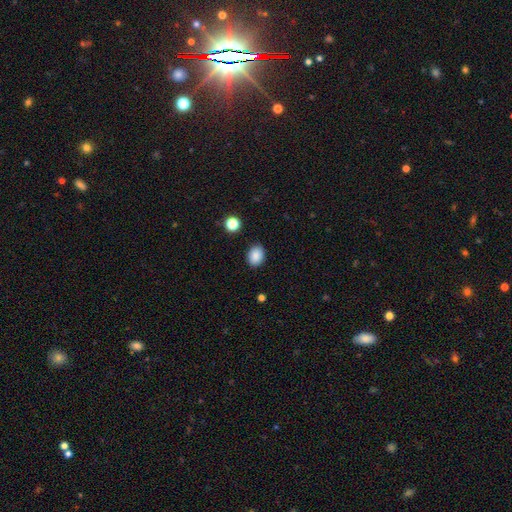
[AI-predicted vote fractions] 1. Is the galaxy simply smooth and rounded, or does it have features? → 88% smooth, 9% star or artifact, 3% featured or disk.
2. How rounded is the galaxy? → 63% in between, 36% round, 1% cigar-shaped.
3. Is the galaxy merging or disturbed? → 88% none, 8% minor disturbance, 2% major disturbance, 1% merger.